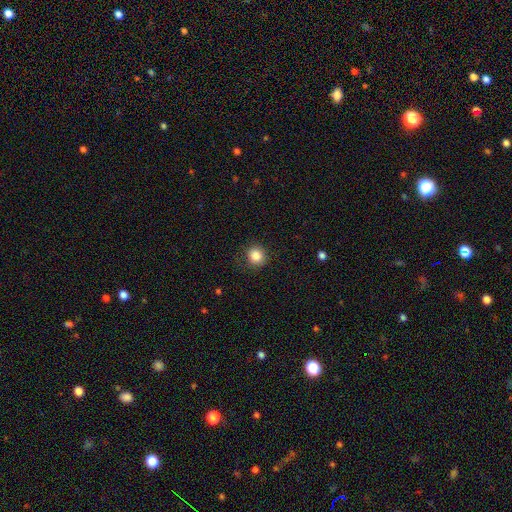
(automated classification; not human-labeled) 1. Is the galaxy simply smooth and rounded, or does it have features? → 85% smooth, 11% star or artifact, 5% featured or disk.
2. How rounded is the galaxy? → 91% round, 8% in between, 1% cigar-shaped.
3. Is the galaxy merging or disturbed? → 87% none, 9% minor disturbance, 3% major disturbance, 1% merger.